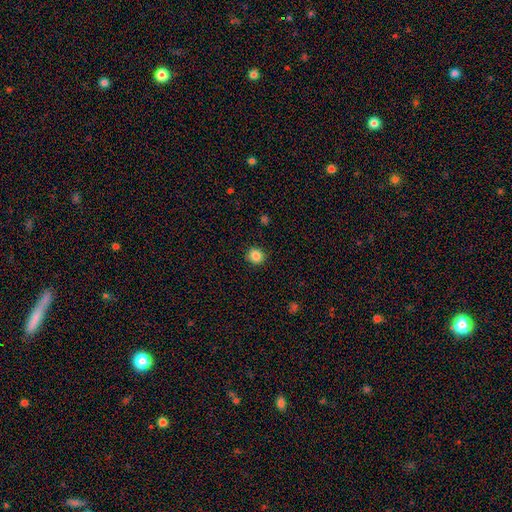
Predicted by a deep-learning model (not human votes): Overall: smooth (85%). How rounded: round (91%). Merging: none (91%).